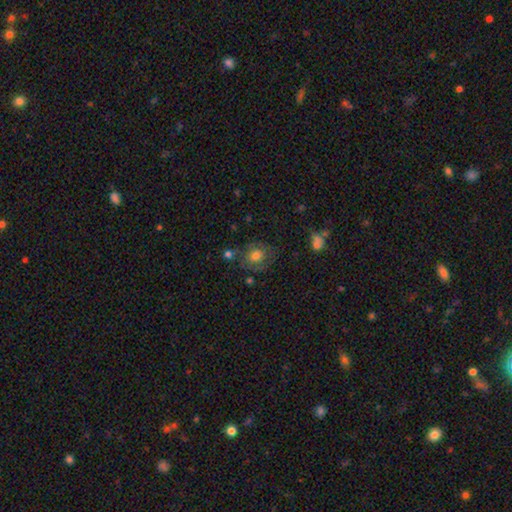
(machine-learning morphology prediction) smooth-or-featured: smooth: 56% | featured or disk: 34% | star or artifact: 10%
  how-rounded: round: 64% | in between: 34% | cigar-shaped: 1%
  merging: none: 62% | minor disturbance: 20% | major disturbance: 12% | merger: 6%